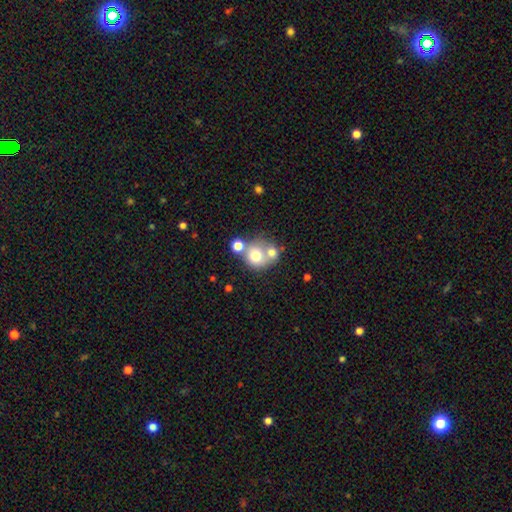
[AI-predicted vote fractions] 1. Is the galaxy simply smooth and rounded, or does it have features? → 68% smooth, 20% featured or disk, 12% star or artifact.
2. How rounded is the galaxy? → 81% round, 18% in between, 1% cigar-shaped.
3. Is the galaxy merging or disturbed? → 48% merger, 40% none, 8% minor disturbance, 5% major disturbance.